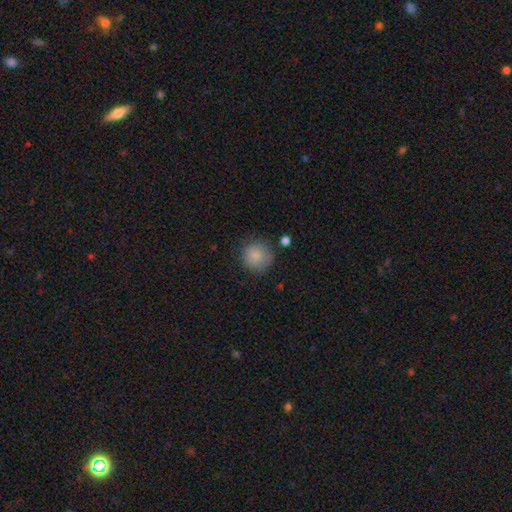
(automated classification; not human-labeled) Smooth or featured? Predicted: smooth (p=0.84). How rounded? Predicted: round (p=0.94). Merging? Predicted: none (p=0.78).